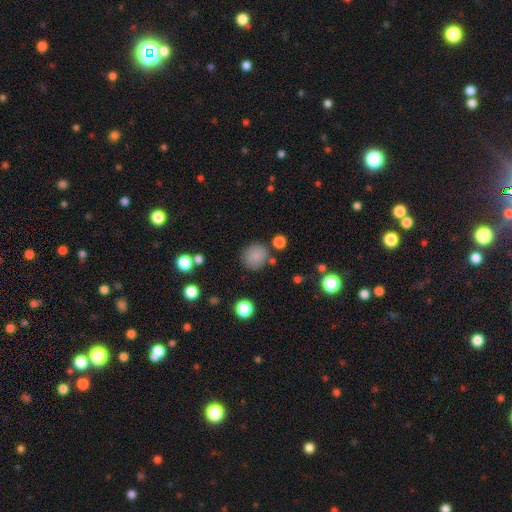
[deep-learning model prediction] Smooth or featured? Predicted: smooth (p=0.83). How rounded? Predicted: round (p=0.84). Merging? Predicted: none (p=0.80).